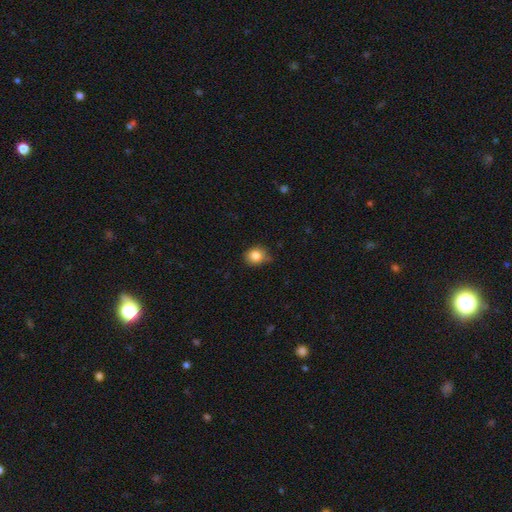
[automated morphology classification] Smooth or featured? Predicted: smooth (p=0.84). How rounded? Predicted: round (p=0.70). Merging? Predicted: none (p=0.67).